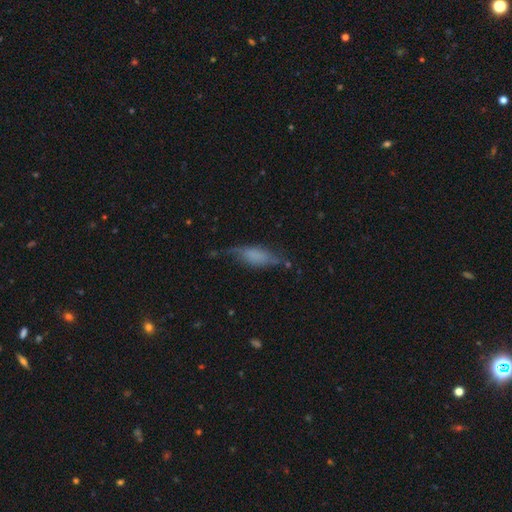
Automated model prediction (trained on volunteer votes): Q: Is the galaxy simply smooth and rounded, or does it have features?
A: smooth — 53%.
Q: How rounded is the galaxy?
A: in between — 62%.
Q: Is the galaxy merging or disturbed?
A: none — 50%.